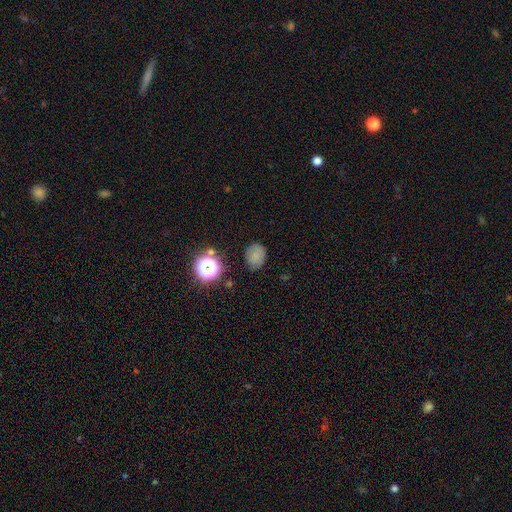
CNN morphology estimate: Smooth or featured? smooth (72%)
How rounded? round (53%)
Merging? none (77%)